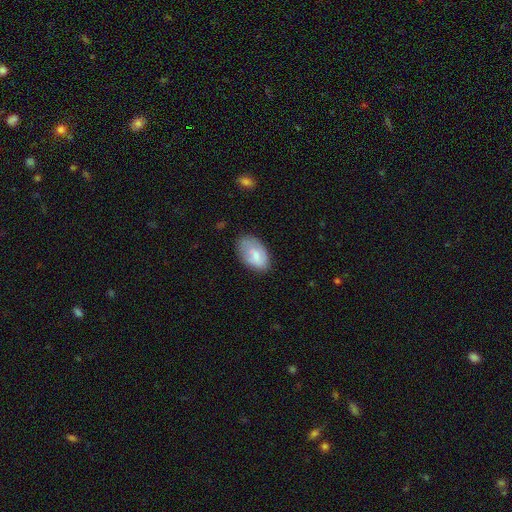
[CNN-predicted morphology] Smooth or featured? Predicted: smooth (p=0.75). How rounded? Predicted: in between (p=0.93). Merging? Predicted: none (p=0.62).